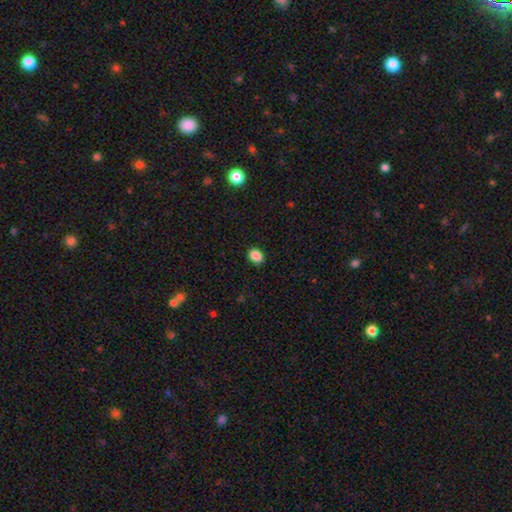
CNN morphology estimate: A smooth galaxy with no disk features (87%) that is in between round and cigar-shaped (58%). Merging: none (90%).